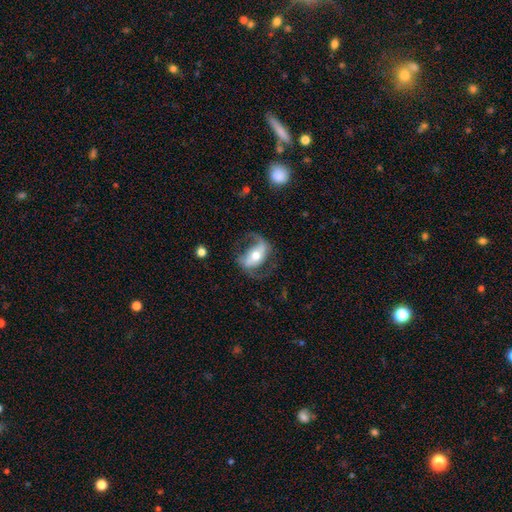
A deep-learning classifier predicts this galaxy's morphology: featured or disk 78%, smooth 16%, star or artifact 6%. Down the decision tree: edge-on disk — no (94%); bar — strong (47%); spiral arms — yes (88%); spiral arm count — 2 (82%); spiral winding — loose (49%); bulge size — moderate (67%); merging — none (61%).